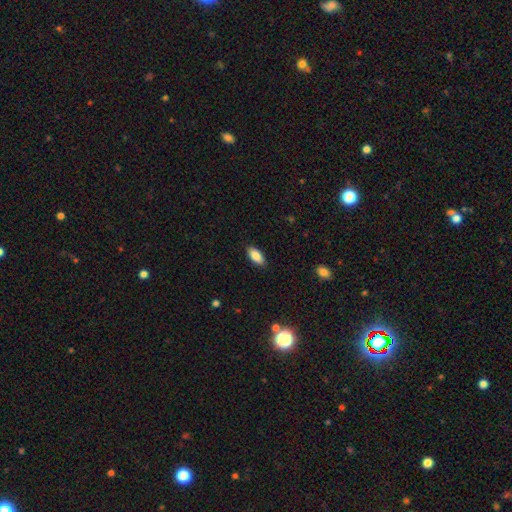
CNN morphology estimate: The model was most divided on "how rounded": in between: 88%, cigar-shaped: 10%, round: 2%. More confident: merging — none (89%); smooth or featured — smooth (86%).